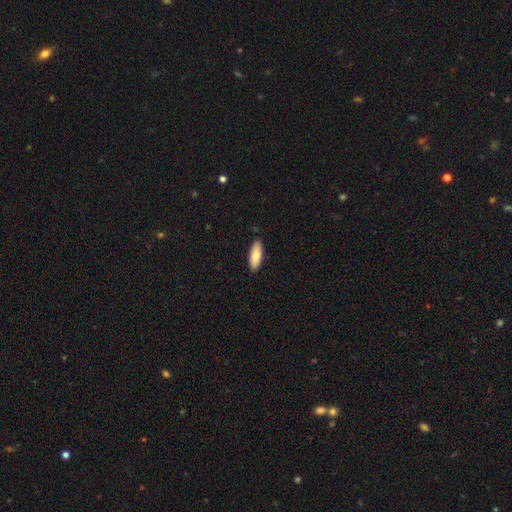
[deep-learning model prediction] A smooth galaxy with no disk features (82%) that is in between round and cigar-shaped (69%). Merging: none (89%).